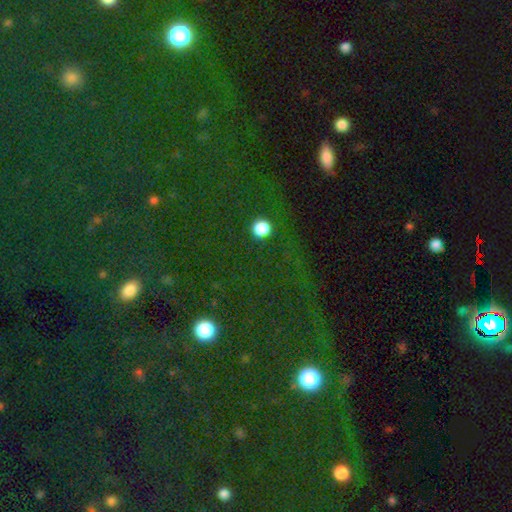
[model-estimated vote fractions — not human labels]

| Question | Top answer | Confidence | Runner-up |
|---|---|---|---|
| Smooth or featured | star or artifact | 71% | smooth (20%) |